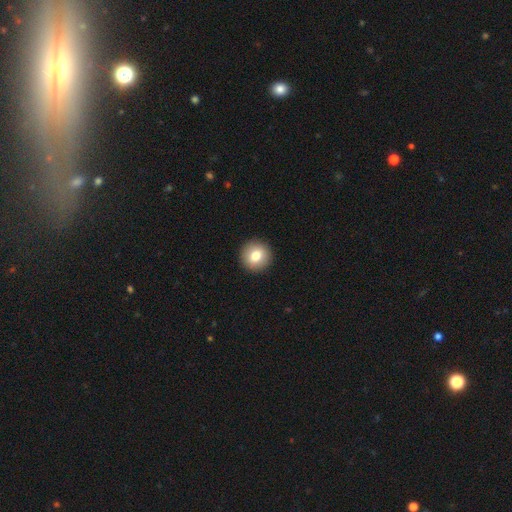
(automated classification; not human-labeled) Smooth or featured? smooth (80%)
How rounded? round (95%)
Merging? none (93%)